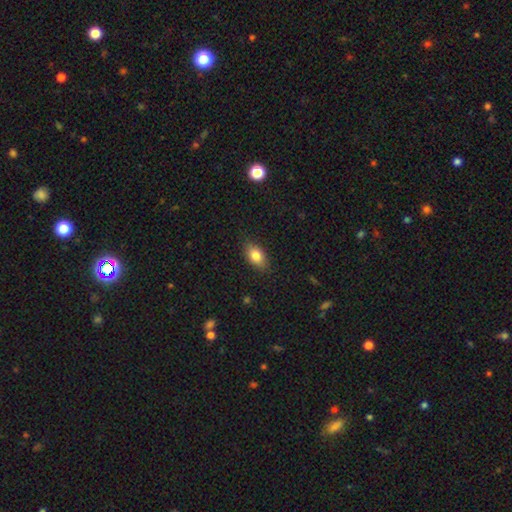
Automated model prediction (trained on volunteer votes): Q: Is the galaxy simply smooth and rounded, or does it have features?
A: smooth — 81%.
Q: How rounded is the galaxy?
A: in between — 87%.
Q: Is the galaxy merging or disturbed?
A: none — 84%.